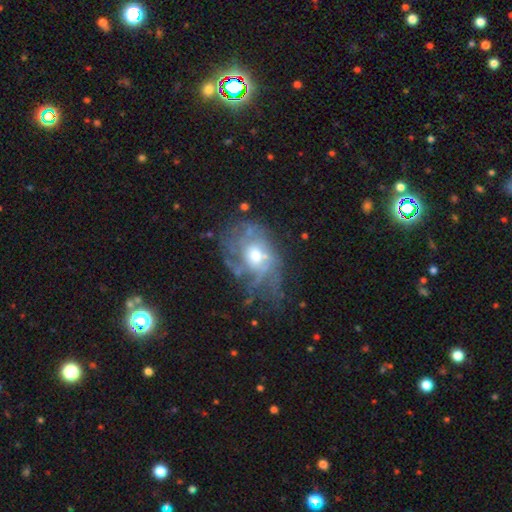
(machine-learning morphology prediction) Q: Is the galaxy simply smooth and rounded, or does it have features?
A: featured or disk — 69%.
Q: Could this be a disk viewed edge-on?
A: no — 96%.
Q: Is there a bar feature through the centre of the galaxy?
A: no — 81%.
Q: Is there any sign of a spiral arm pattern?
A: yes — 56%.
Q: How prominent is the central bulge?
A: moderate — 64%.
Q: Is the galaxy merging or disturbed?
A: none — 43%.